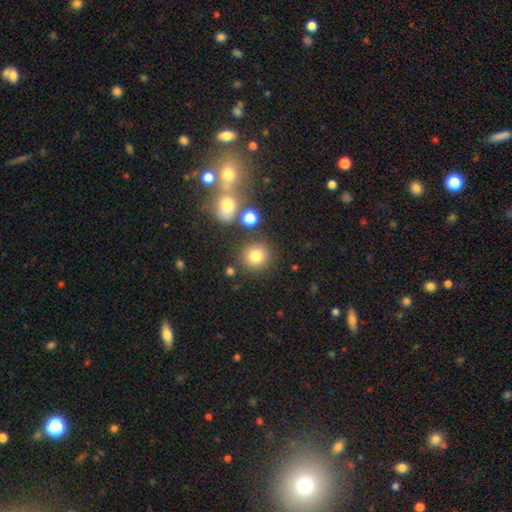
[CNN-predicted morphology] The model was most divided on "smooth or featured": smooth: 79%, star or artifact: 14%, featured or disk: 8%. More confident: how rounded — round (90%); merging — none (80%).